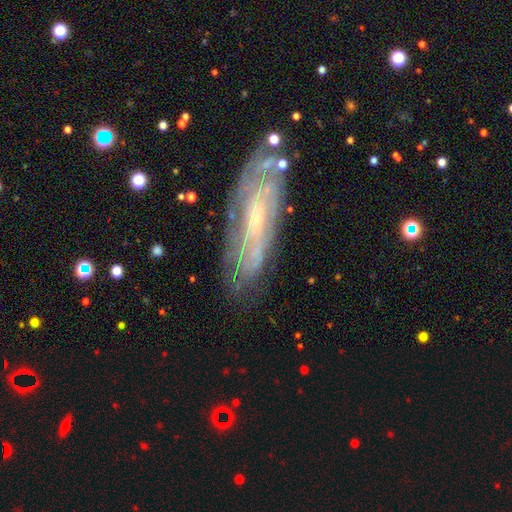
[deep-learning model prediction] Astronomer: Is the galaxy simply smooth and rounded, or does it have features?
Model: featured or disk — 71%.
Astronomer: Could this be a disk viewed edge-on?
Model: no — 74%.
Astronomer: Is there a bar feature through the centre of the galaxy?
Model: no — 65%.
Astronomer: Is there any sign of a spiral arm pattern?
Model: yes — 76%.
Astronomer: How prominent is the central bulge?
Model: small — 68%.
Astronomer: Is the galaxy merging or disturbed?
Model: none — 68%.